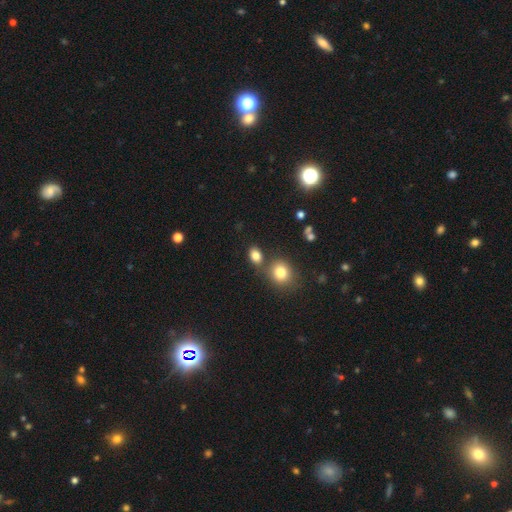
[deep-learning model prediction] Smooth or featured? Predicted: smooth (p=0.81). How rounded? Predicted: in between (p=0.64). Merging? Predicted: none (p=0.65).